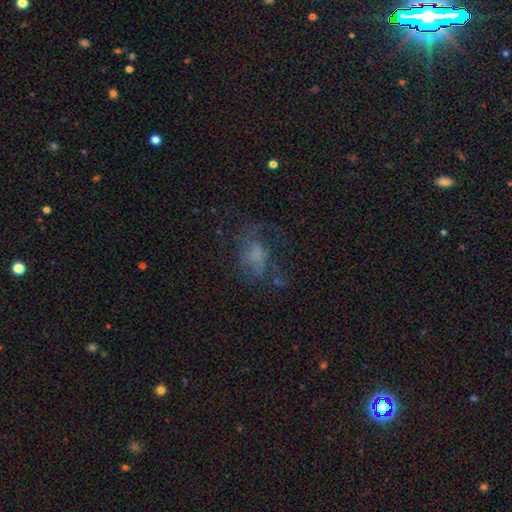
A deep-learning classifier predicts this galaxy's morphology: The model was most divided on "merging" (2-way tie): major disturbance: 39%, none: 39%, minor disturbance: 18%, merger: 3%. Remaining: smooth or featured — featured or disk (47%).